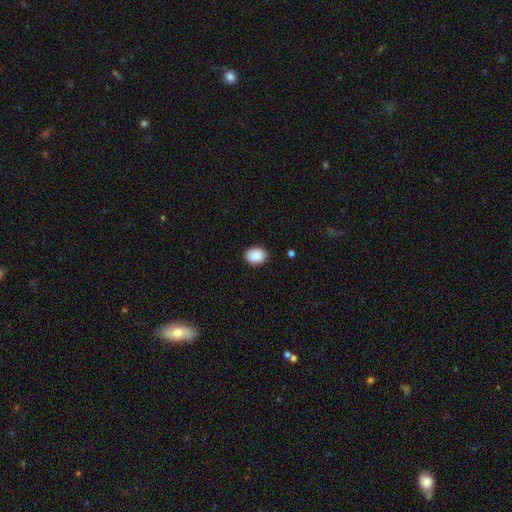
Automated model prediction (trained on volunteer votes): smooth 90%, star or artifact 8%, featured or disk 2%. Down the decision tree: how rounded — in between (58%); merging — none (89%).